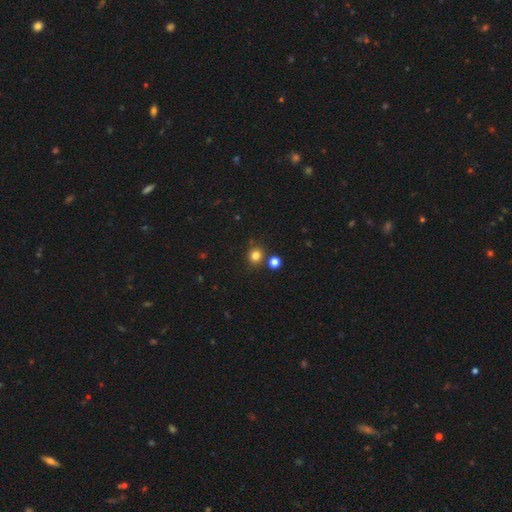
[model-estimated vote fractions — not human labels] A smooth galaxy with no disk features (79%) that is round (87%).

Vote fractions:
- Smooth or featured? smooth: 79% / star or artifact: 16% / featured or disk: 5%
- How rounded? round: 87% / in between: 12% / cigar-shaped: 1%
- Merging? none: 81% / merger: 9% / minor disturbance: 8% / major disturbance: 3%